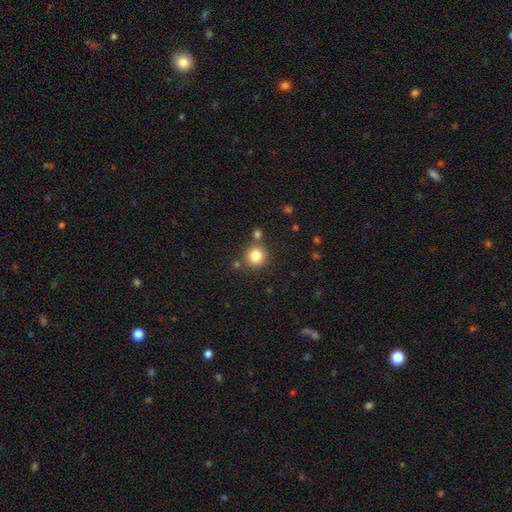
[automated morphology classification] The model was most divided on "merging": none: 79%, merger: 11%, minor disturbance: 8%, major disturbance: 3%. More confident: how rounded — round (92%); smooth or featured — smooth (82%).